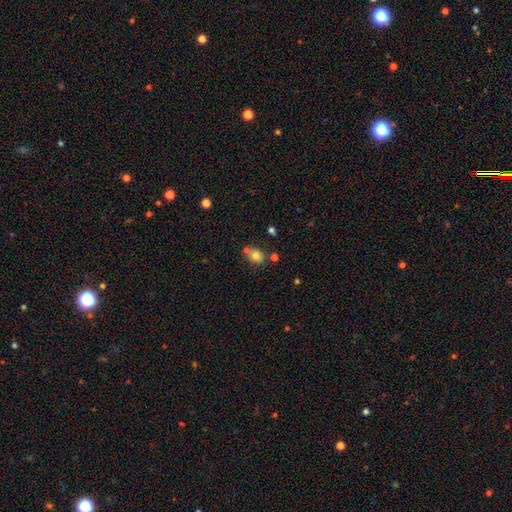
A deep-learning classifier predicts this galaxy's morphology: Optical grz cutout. It shows a smooth galaxy with no disk features (76%) that is in between round and cigar-shaped (51%). Merging: none (63%).